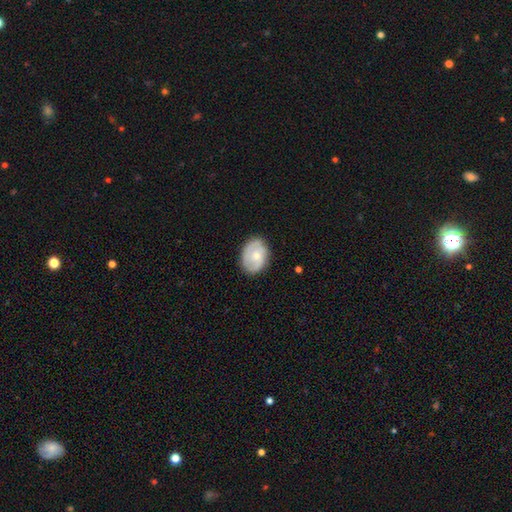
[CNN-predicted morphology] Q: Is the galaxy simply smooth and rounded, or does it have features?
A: featured or disk — 54%.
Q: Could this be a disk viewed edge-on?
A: no — 96%.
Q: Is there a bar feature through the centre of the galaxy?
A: no — 72%.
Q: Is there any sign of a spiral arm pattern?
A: yes — 76%.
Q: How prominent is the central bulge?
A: moderate — 48%.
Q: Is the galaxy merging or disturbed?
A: none — 76%.